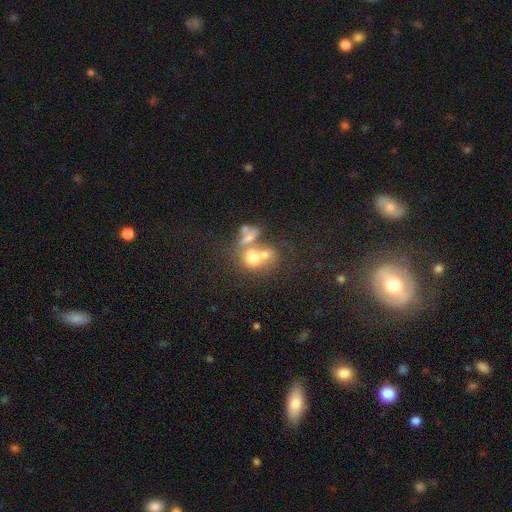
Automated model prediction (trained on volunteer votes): Q: Smooth or featured?
A: smooth (58%); runner-up: featured or disk (25%)
Q: How rounded?
A: round (61%); runner-up: in between (37%)
Q: Merging?
A: merger (56%); runner-up: none (27%)